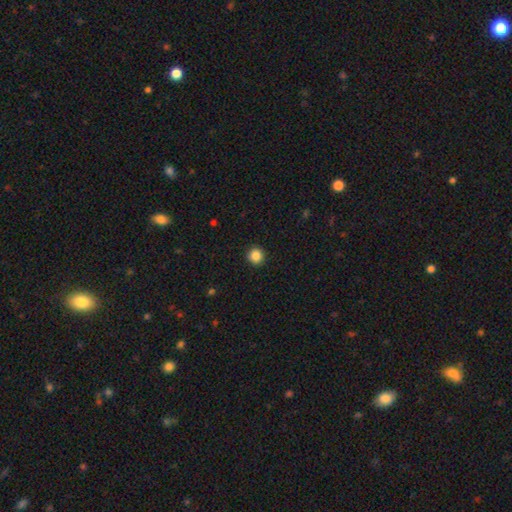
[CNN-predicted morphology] Smooth or featured? smooth (86%)
How rounded? round (93%)
Merging? none (92%)